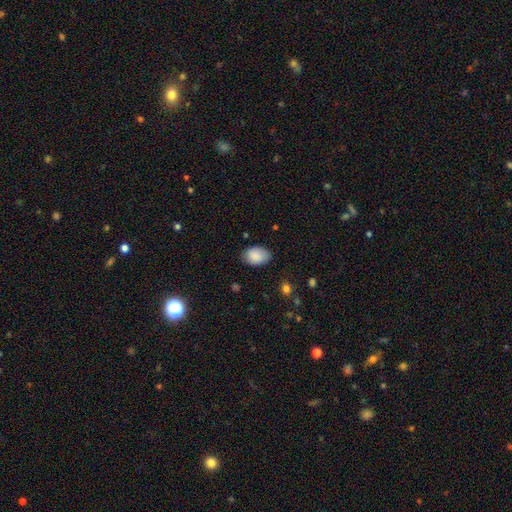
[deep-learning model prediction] A smooth galaxy with no disk features (88%) that is in between round and cigar-shaped (87%).

Vote fractions:
- Smooth or featured? smooth: 88% / star or artifact: 7% / featured or disk: 5%
- How rounded? in between: 87% / round: 12% / cigar-shaped: 1%
- Merging? none: 79% / minor disturbance: 17% / major disturbance: 3% / merger: 1%